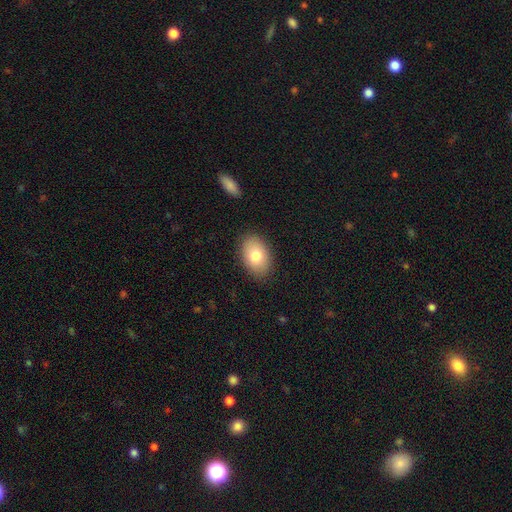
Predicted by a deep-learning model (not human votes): The model was most divided on "smooth or featured": smooth: 79%, featured or disk: 14%, star or artifact: 7%. More confident: how rounded — in between (87%); merging — none (87%).